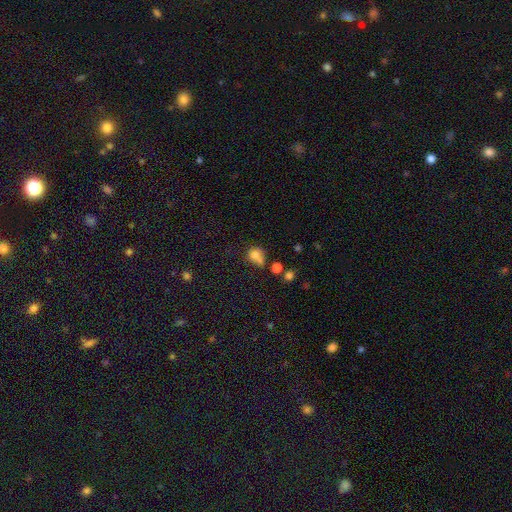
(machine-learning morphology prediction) Q: Smooth or featured?
A: smooth (75%); runner-up: star or artifact (14%)
Q: How rounded?
A: round (69%); runner-up: in between (30%)
Q: Merging?
A: merger (38%); runner-up: none (35%)